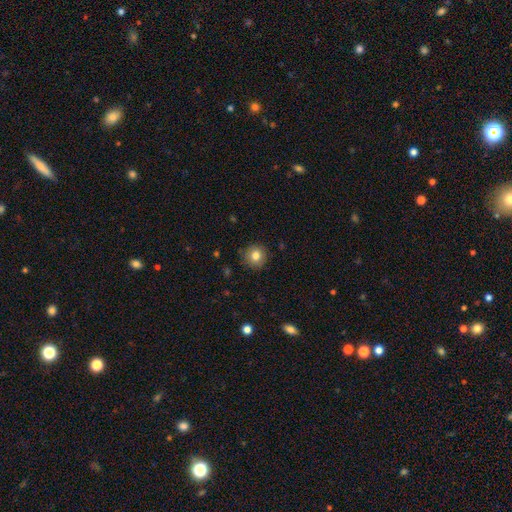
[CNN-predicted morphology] This is clearly a smooth galaxy (82%). How rounded: clearly round (94%). Merging: clearly none (89%).